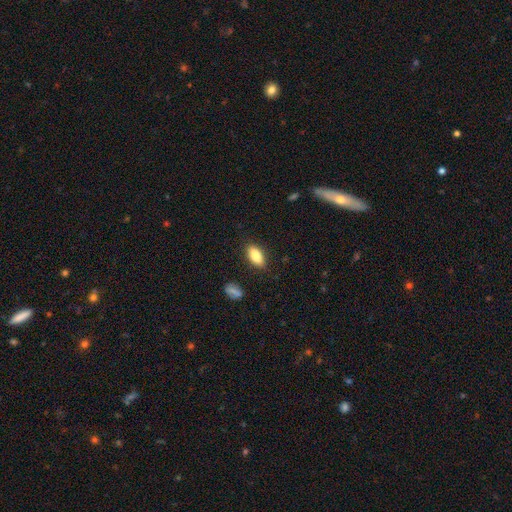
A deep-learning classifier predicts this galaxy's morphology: Overall: smooth (84%). How rounded: in between (87%). Merging: none (86%).